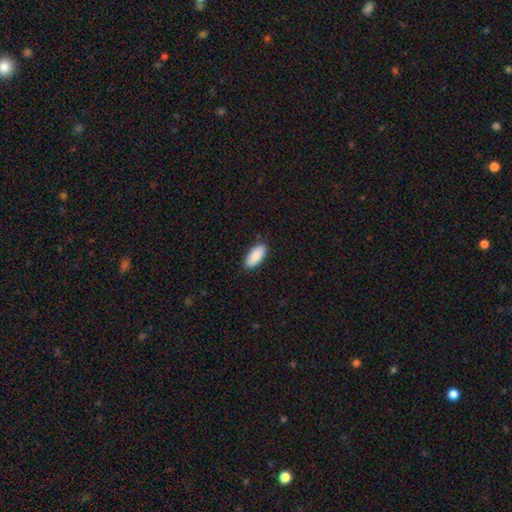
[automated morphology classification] smooth 90%, star or artifact 6%, featured or disk 4%. Down the decision tree: how rounded — in between (88%); merging — none (89%).